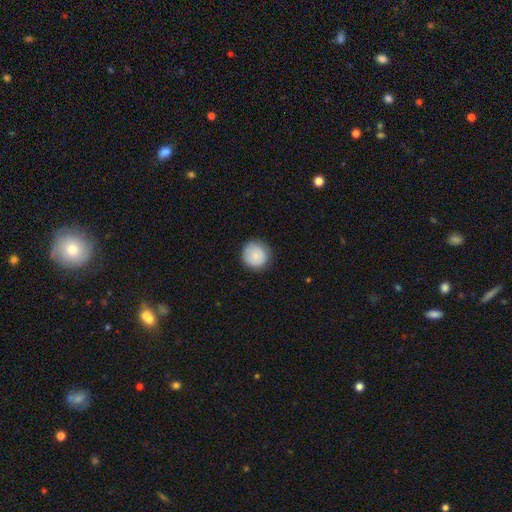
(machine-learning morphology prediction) smooth-or-featured: smooth: 86% | featured or disk: 7% | star or artifact: 7%
  how-rounded: round: 95% | in between: 4% | cigar-shaped: 1%
  merging: none: 88% | minor disturbance: 9% | major disturbance: 2% | merger: 1%